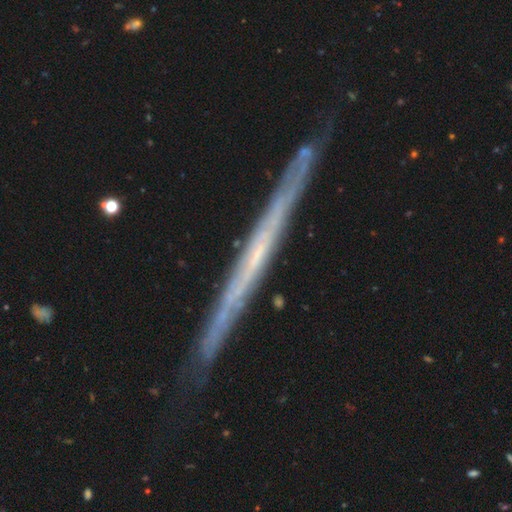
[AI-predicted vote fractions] Smooth or featured: featured or disk — 75% (smooth — 18%)
Edge-on disk: yes — 96% (no — 4%)
Edge-on bulge: none — 83% (rounded — 13%)
Merging: none — 87% (minor disturbance — 10%)